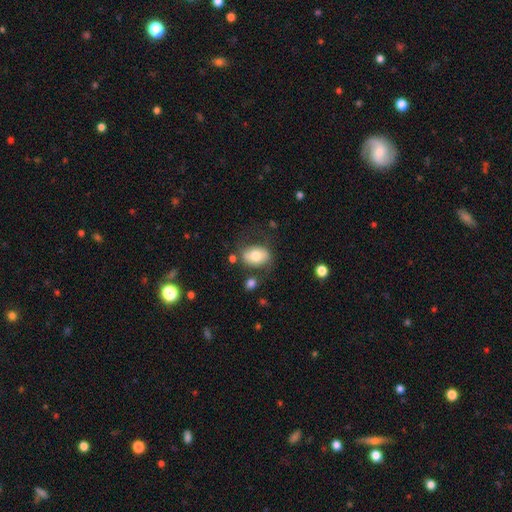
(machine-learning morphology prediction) Q: Smooth or featured?
A: smooth (69%); runner-up: featured or disk (24%)
Q: How rounded?
A: in between (76%); runner-up: round (23%)
Q: Merging?
A: none (64%); runner-up: minor disturbance (20%)